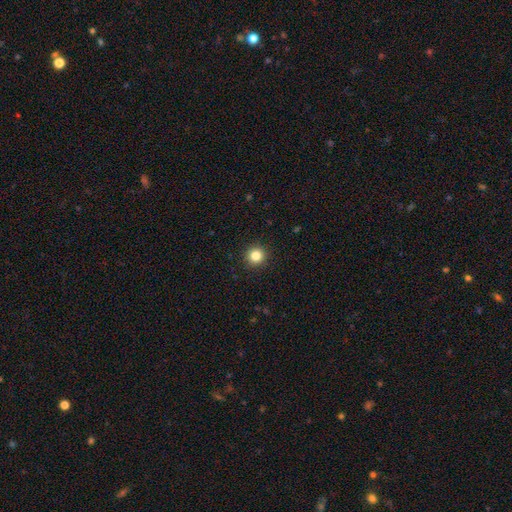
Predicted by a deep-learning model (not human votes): This is clearly a smooth galaxy (84%). How rounded: clearly round (95%). Merging: clearly none (93%).